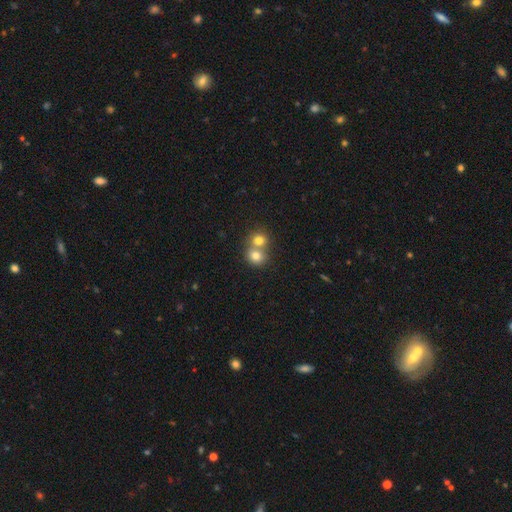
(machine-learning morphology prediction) The model was most divided on "merging": merger: 62%, none: 31%, minor disturbance: 4%, major disturbance: 2%. More confident: how rounded — round (78%); smooth or featured — smooth (76%).